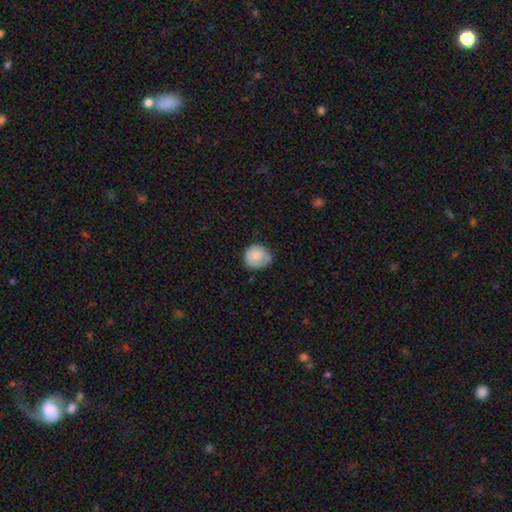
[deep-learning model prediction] Q: Smooth or featured?
A: smooth (79%); runner-up: featured or disk (14%)
Q: How rounded?
A: round (84%); runner-up: in between (15%)
Q: Merging?
A: none (61%); runner-up: minor disturbance (30%)